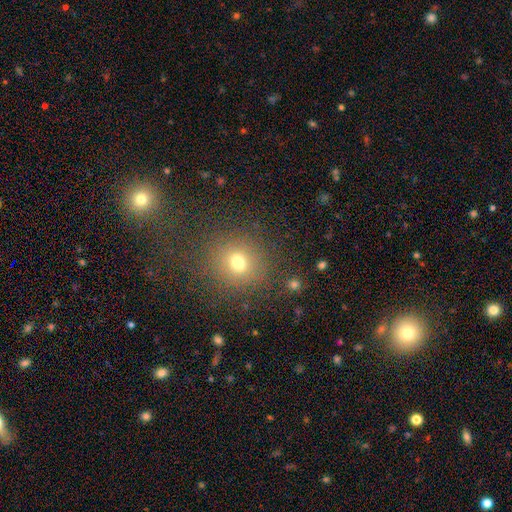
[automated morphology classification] Smooth or featured: smooth — 58% (star or artifact — 35%)
How rounded: round — 89% (in between — 9%)
Merging: none — 83% (minor disturbance — 7%)